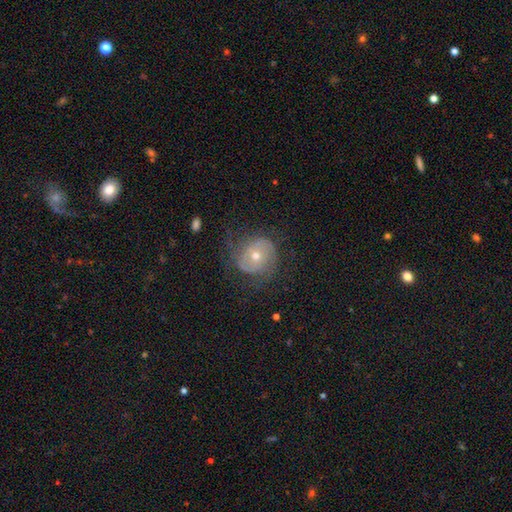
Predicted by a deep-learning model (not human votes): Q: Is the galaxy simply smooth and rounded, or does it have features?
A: featured or disk — 68%.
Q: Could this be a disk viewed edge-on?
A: no — 97%.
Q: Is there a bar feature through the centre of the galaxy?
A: no — 72%.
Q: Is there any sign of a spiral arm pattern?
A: yes — 82%.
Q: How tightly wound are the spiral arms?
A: tight — 47%.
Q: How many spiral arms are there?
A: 2 — 51%.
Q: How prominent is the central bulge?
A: moderate — 55%.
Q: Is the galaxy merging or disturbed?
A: none — 63%.